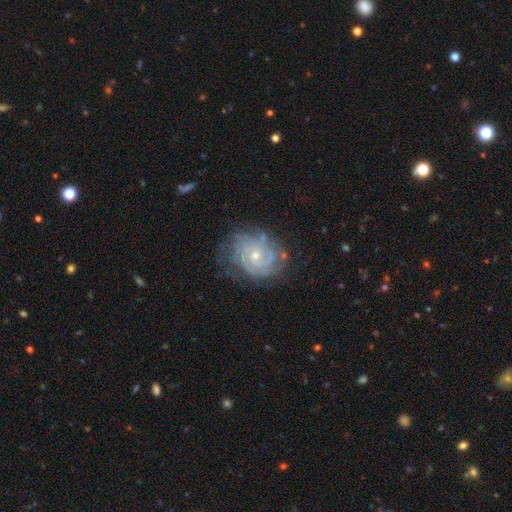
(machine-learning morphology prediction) Q: Smooth or featured?
A: featured or disk (83%); runner-up: smooth (11%)
Q: Edge-on disk?
A: no (97%); runner-up: yes (3%)
Q: Bar?
A: no (77%); runner-up: weak (19%)
Q: Spiral arms?
A: yes (94%); runner-up: no (6%)
Q: Spiral winding?
A: tight (75%); runner-up: medium (20%)
Q: Spiral arm count?
A: can't tell (37%); runner-up: 2 (20%)
Q: Bulge size?
A: small (62%); runner-up: moderate (35%)
Q: Merging?
A: none (71%); runner-up: minor disturbance (19%)